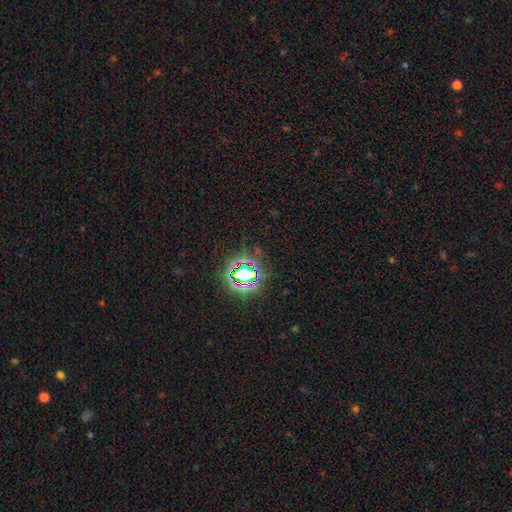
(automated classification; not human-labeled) This is likely a star or artifact rather than a galaxy (79%).